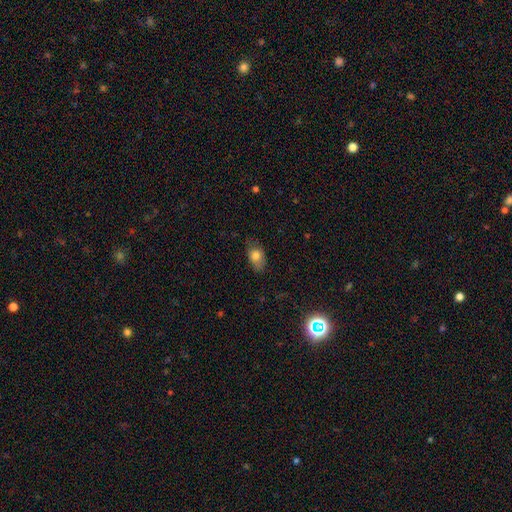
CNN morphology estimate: type=smooth (77%); roundness=in between (83%); merging=none (62%).